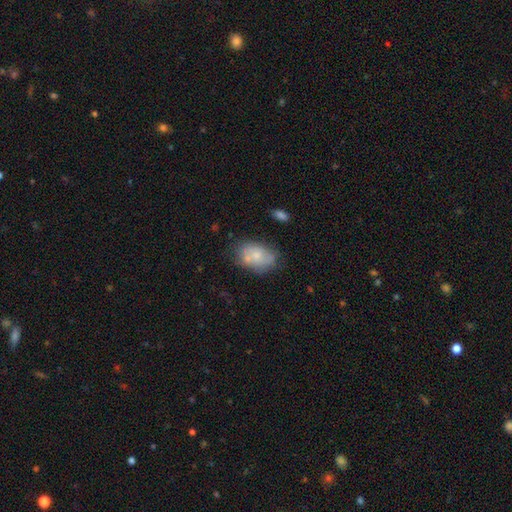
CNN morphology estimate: Smooth or featured? smooth (65%)
How rounded? in between (84%)
Merging? none (53%)